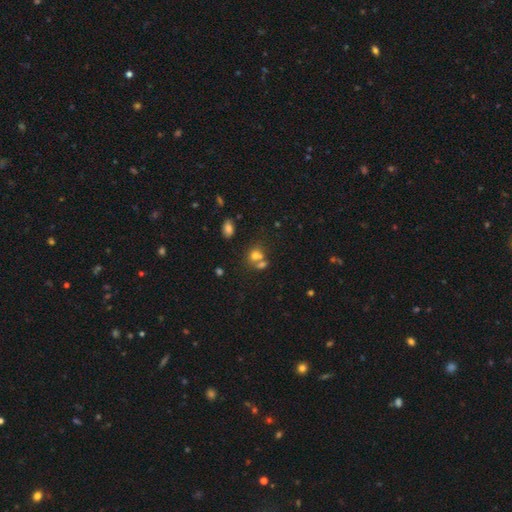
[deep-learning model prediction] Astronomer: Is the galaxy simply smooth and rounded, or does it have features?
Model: smooth — 70%.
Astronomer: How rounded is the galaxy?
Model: round — 57% (runner-up: in between, 42%).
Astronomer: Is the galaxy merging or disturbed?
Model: merger — 46% (runner-up: none, 39%).